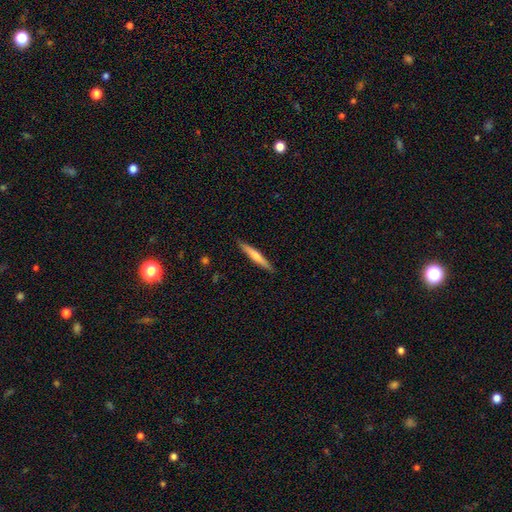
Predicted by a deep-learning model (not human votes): Smooth or featured: smooth — 61% (featured or disk — 33%)
How rounded: cigar-shaped — 95% (in between — 4%)
Merging: none — 89% (minor disturbance — 8%)